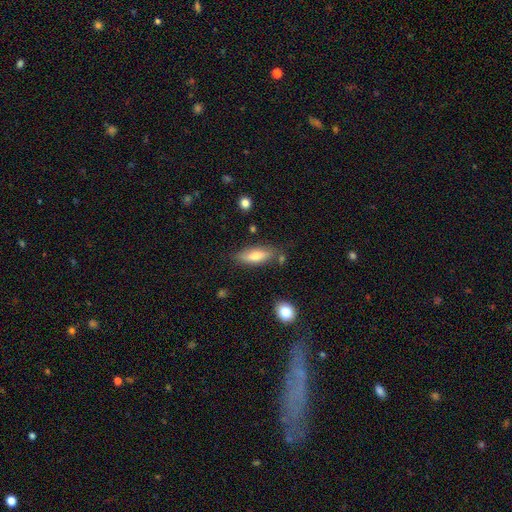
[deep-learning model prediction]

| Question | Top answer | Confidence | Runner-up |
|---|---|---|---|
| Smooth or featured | smooth | 64% | featured or disk (29%) |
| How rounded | in between | 51% | cigar-shaped (46%) |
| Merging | none | 77% | minor disturbance (15%) |